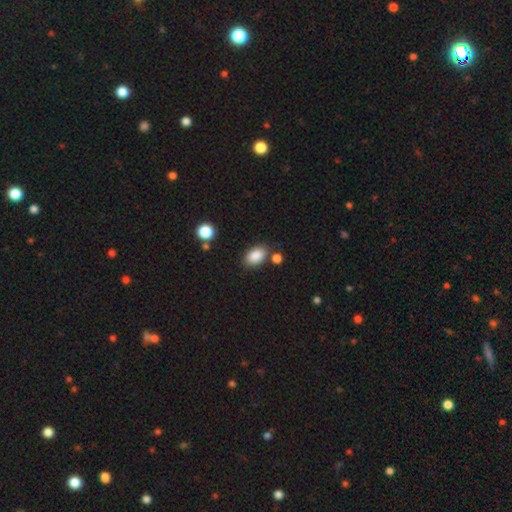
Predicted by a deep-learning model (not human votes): smooth-or-featured: smooth: 87% | star or artifact: 8% | featured or disk: 5%
  how-rounded: in between: 89% | round: 10% | cigar-shaped: 1%
  merging: none: 76% | minor disturbance: 13% | merger: 8% | major disturbance: 3%